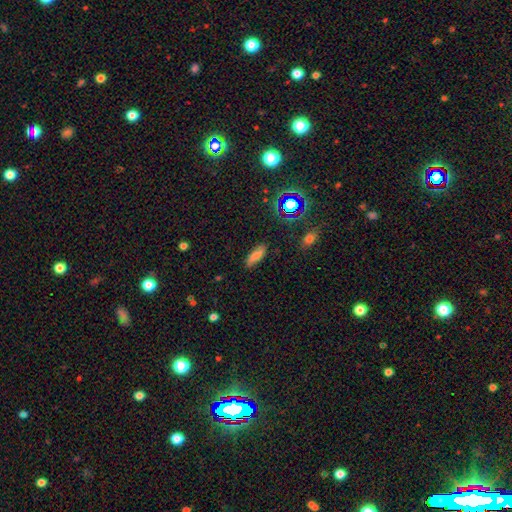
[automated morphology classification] A smooth galaxy with no disk features (64%) that is in between round and cigar-shaped (56%).

Vote fractions:
- Smooth or featured? smooth: 64% / featured or disk: 23% / star or artifact: 13%
- How rounded? in between: 56% / cigar-shaped: 40% / round: 4%
- Merging? none: 82% / minor disturbance: 13% / major disturbance: 3% / merger: 2%